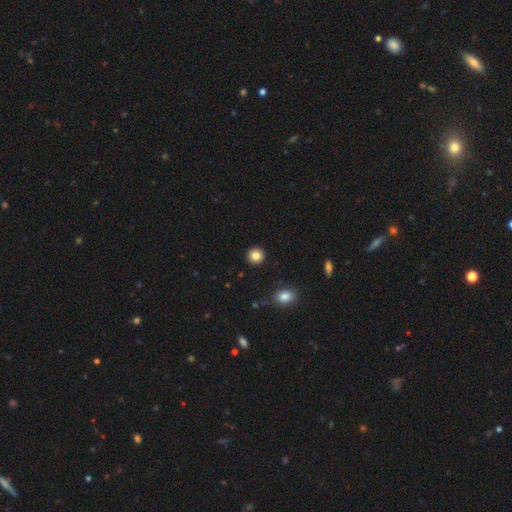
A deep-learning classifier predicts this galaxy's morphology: A smooth galaxy with no disk features (85%) that is round (93%). Merging: none (92%).